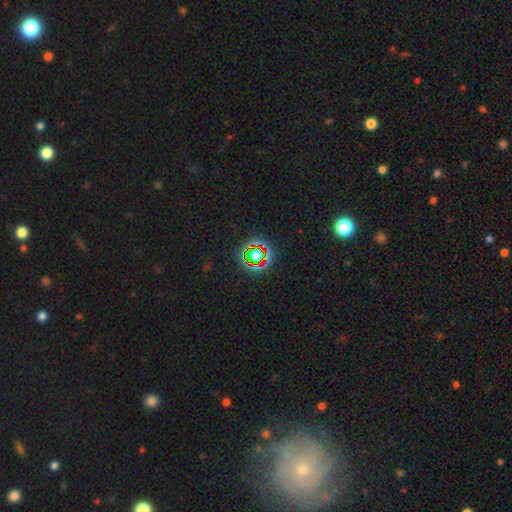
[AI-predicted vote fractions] Morphology: type=star or artifact (72%).